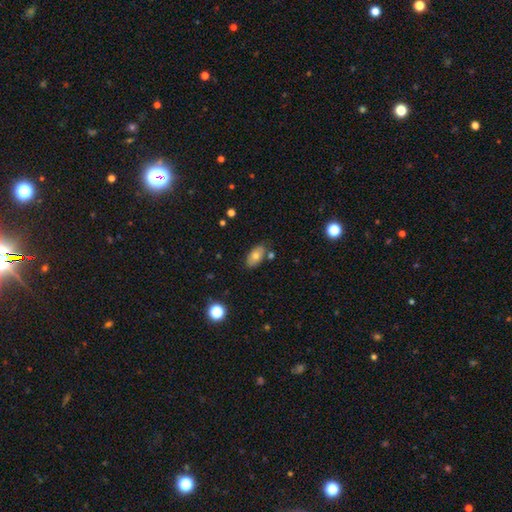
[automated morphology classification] A smooth galaxy with no disk features (71%) that is in between round and cigar-shaped (91%).

Vote fractions:
- Smooth or featured? smooth: 71% / featured or disk: 20% / star or artifact: 9%
- How rounded? in between: 91% / round: 6% / cigar-shaped: 3%
- Merging? none: 76% / minor disturbance: 14% / merger: 6% / major disturbance: 3%